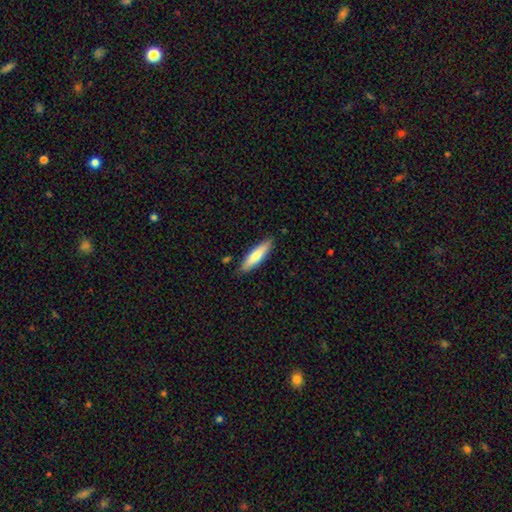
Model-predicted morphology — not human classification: Smooth or featured?
  - smooth: 73% *
  - featured or disk: 21%
  - star or artifact: 5%
How rounded?
  - cigar-shaped: 70% *
  - in between: 28%
  - round: 1%
Merging?
  - none: 86% *
  - minor disturbance: 11%
  - major disturbance: 2%
  - merger: 2%